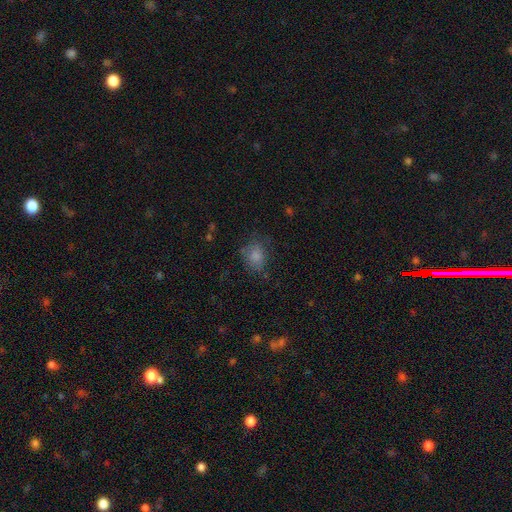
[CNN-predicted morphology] This appears to be a smooth galaxy with no disk features (81%) that is round (52%). Merging: none (66%).